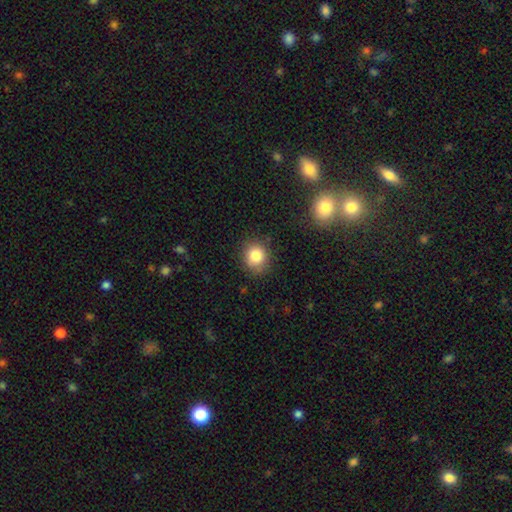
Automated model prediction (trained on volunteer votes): Smooth or featured?
  - smooth: 83% *
  - star or artifact: 10%
  - featured or disk: 6%
How rounded?
  - round: 80% *
  - in between: 19%
  - cigar-shaped: 1%
Merging?
  - none: 83% *
  - minor disturbance: 12%
  - major disturbance: 3%
  - merger: 2%